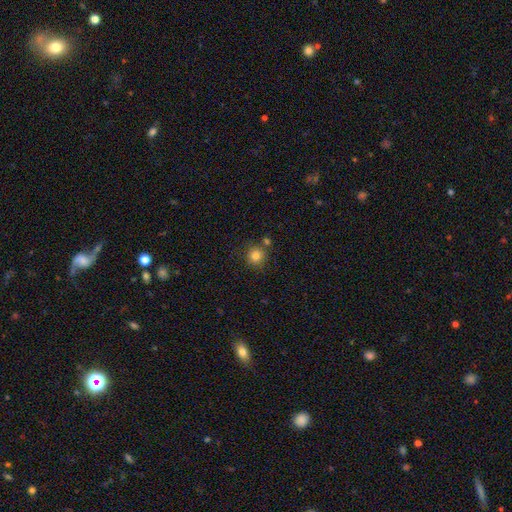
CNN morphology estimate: smooth 82%, star or artifact 12%, featured or disk 6%. Down the decision tree: how rounded — round (92%); merging — none (75%).